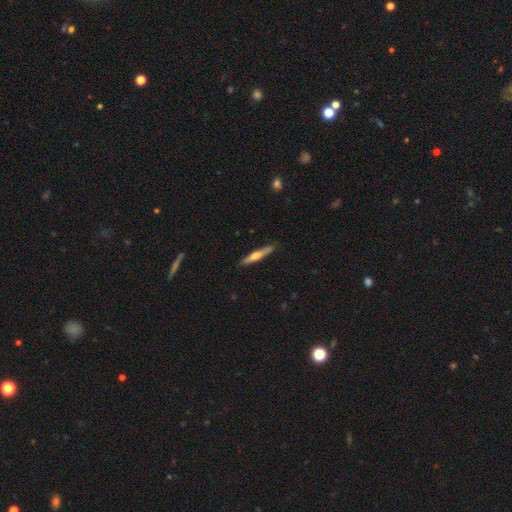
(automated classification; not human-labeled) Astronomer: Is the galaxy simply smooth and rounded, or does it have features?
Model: featured or disk — 51% (runner-up: smooth, 43%).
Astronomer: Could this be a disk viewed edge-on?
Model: yes — 96%.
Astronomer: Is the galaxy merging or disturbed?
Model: none — 88%.